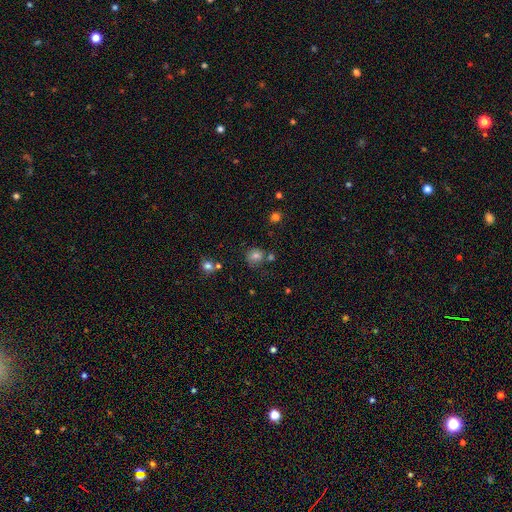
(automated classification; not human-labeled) A smooth galaxy with no disk features (75%) that is round (85%).

Vote fractions:
- Smooth or featured? smooth: 75% / star or artifact: 15% / featured or disk: 10%
- How rounded? round: 85% / in between: 14% / cigar-shaped: 1%
- Merging? none: 72% / minor disturbance: 14% / merger: 10% / major disturbance: 4%